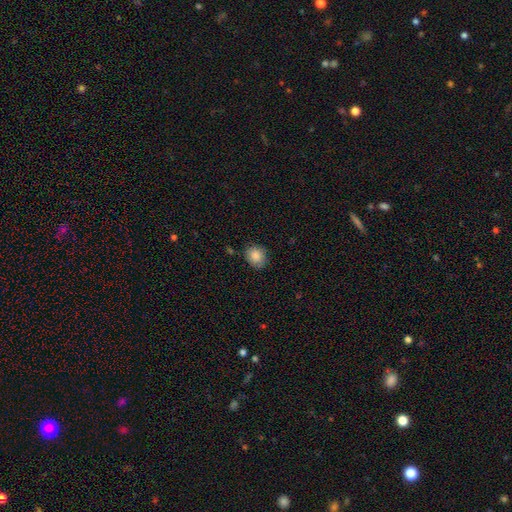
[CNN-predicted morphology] type=smooth (86%); roundness=round (69%); merging=none (81%).